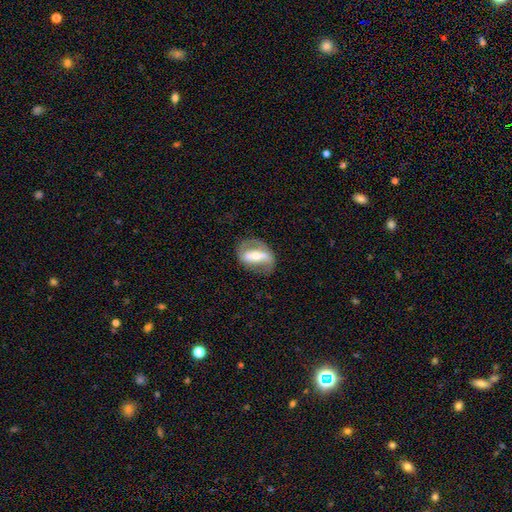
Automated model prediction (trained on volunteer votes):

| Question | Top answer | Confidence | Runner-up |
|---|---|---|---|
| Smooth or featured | featured or disk | 69% | smooth (25%) |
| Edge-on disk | no | 90% | yes (10%) |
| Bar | strong | 61% | weak (22%) |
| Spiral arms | yes | 61% | no (39%) |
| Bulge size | moderate | 56% | small (31%) |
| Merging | none | 62% | minor disturbance (21%) |